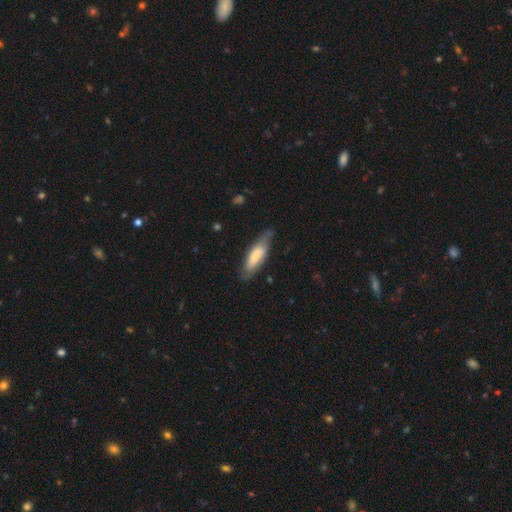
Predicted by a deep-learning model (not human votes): A smooth galaxy with no disk features (64%) that is in between round and cigar-shaped (51%).

Vote fractions:
- Smooth or featured? smooth: 64% / featured or disk: 30% / star or artifact: 6%
- How rounded? in between: 51% / cigar-shaped: 47% / round: 2%
- Merging? none: 64% / minor disturbance: 27% / major disturbance: 7% / merger: 2%